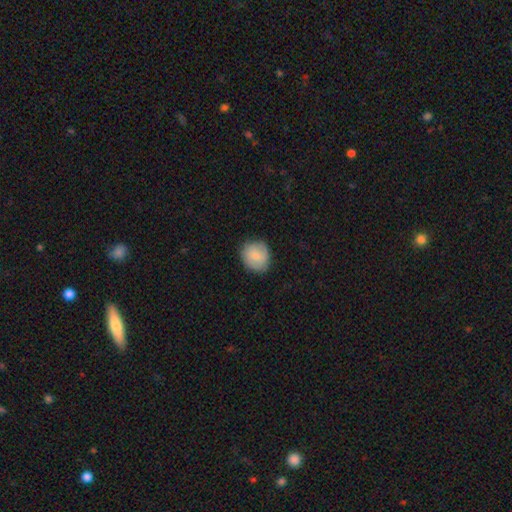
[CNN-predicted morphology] Smooth or featured? Predicted: smooth (p=0.82). How rounded? Predicted: round (p=0.81). Merging? Predicted: none (p=0.80).